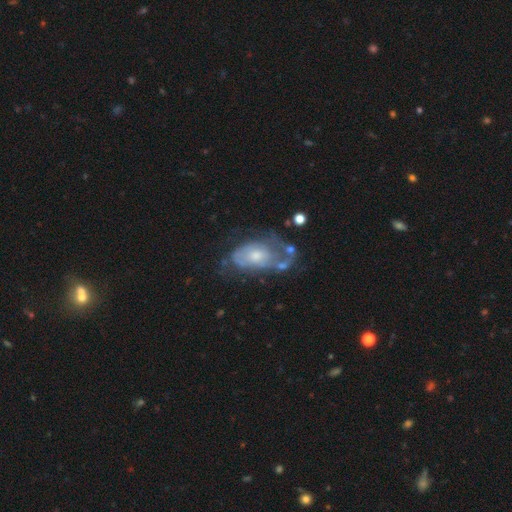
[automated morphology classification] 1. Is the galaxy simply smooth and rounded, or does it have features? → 64% featured or disk, 27% smooth, 8% star or artifact.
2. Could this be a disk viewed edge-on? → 95% no, 5% yes.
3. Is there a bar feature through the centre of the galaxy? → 78% no, 19% weak, 3% strong.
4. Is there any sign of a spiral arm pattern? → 62% yes, 38% no.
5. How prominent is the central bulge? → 52% moderate, 36% small, 6% large, 4% none, 1% dominant.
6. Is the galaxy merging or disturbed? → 34% none, 30% major disturbance, 25% minor disturbance, 11% merger.